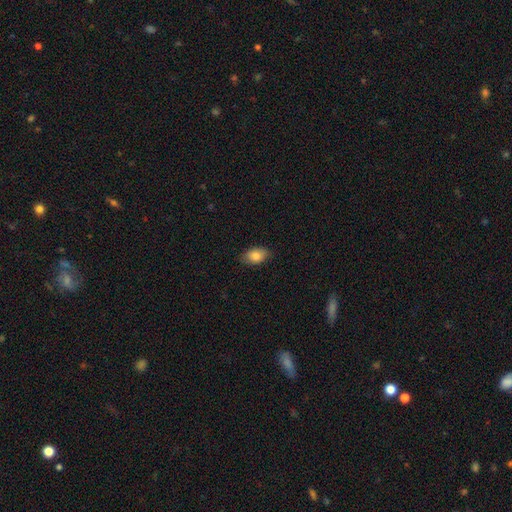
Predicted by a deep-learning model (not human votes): A smooth galaxy with no disk features (84%) that is in between round and cigar-shaped (89%). Merging: none (83%).